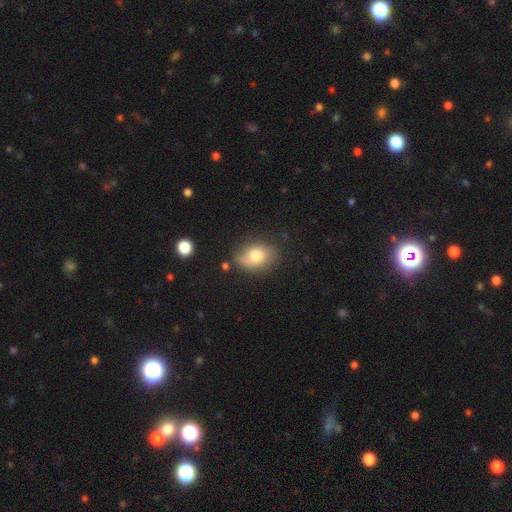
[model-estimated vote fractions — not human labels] The model was most divided on "how rounded": in between: 73%, round: 26%, cigar-shaped: 1%. More confident: smooth or featured — smooth (74%); merging — none (72%).